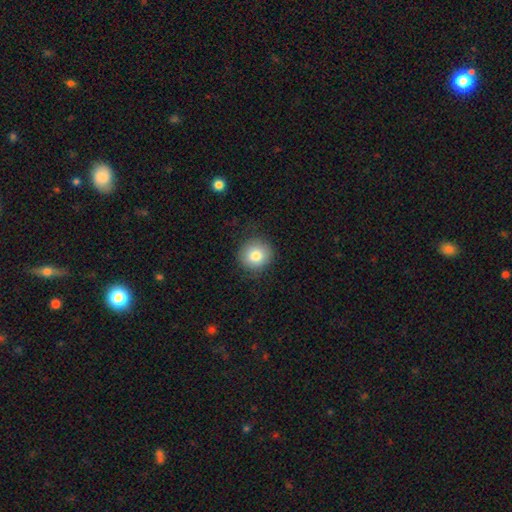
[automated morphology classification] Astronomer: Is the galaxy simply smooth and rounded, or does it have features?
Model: smooth — 81%.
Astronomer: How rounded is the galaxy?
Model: round — 91%.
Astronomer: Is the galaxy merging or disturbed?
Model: none — 86%.